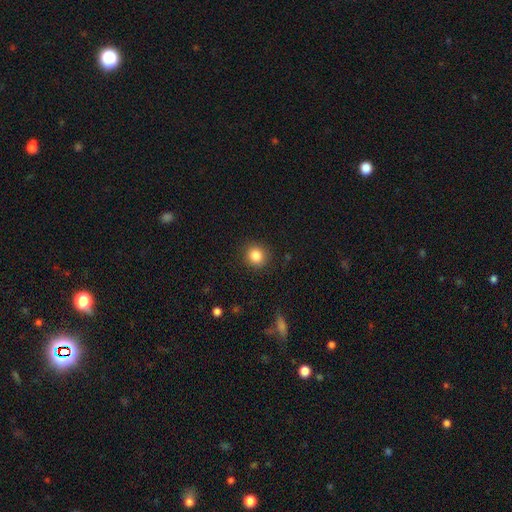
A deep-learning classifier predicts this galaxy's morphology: Q: Smooth or featured?
A: smooth (85%); runner-up: star or artifact (10%)
Q: How rounded?
A: round (88%); runner-up: in between (11%)
Q: Merging?
A: none (90%); runner-up: minor disturbance (7%)